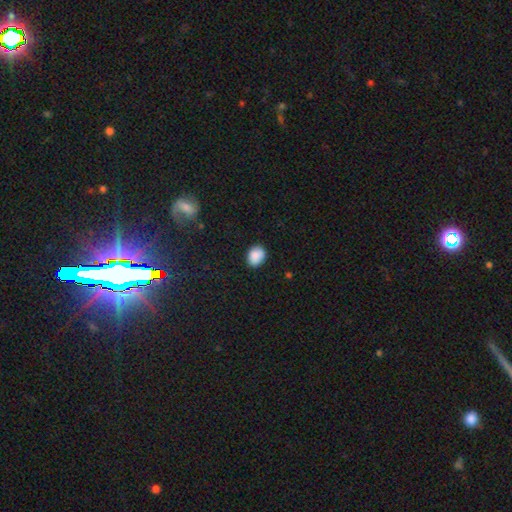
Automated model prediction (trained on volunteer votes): Smooth or featured: smooth — 89% (star or artifact — 8%)
How rounded: in between — 58% (round — 41%)
Merging: none — 84% (minor disturbance — 12%)